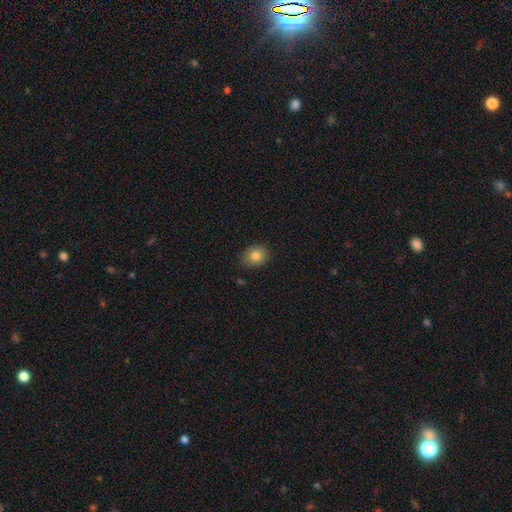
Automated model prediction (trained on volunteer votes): Overall: smooth (82%). How rounded: round (52%; in between 47%). Merging: none (86%).